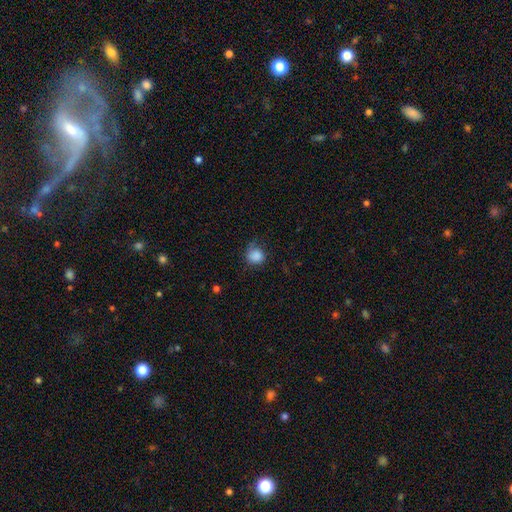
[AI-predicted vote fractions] smooth_or_featured: smooth (p=0.85) [alt: star or artifact p=0.09]
how_rounded: round (p=0.80) [alt: in between p=0.19]
merging: none (p=0.57) [alt: minor disturbance p=0.29]